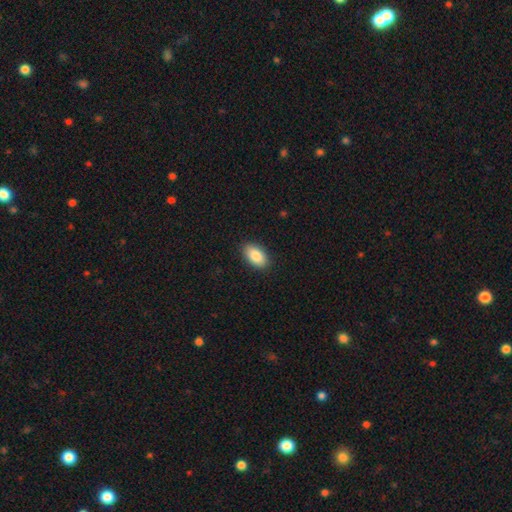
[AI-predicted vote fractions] smooth-or-featured: smooth: 87% | star or artifact: 7% | featured or disk: 6%
  how-rounded: in between: 93% | round: 5% | cigar-shaped: 2%
  merging: none: 89% | minor disturbance: 8% | major disturbance: 2% | merger: 1%